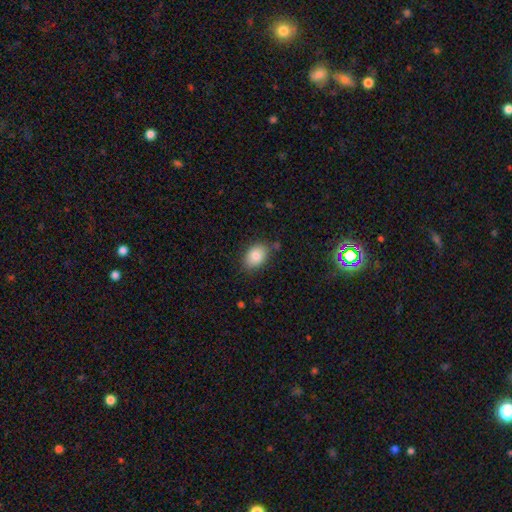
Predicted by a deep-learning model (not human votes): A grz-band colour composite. It shows a smooth galaxy with no disk features (84%) that is in between round and cigar-shaped (79%). Merging: none (77%).